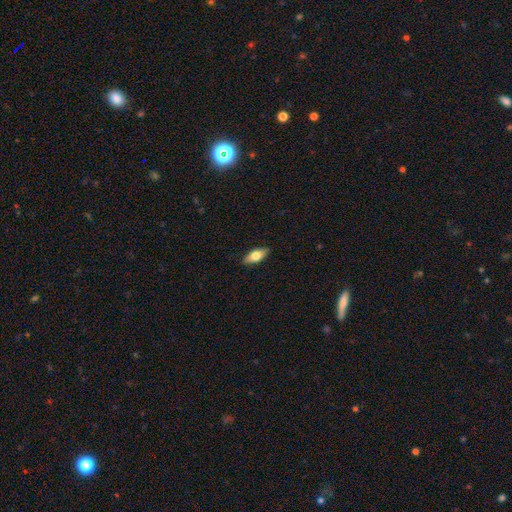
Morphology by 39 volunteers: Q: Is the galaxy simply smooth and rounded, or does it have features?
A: featured or disk — 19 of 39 (49%).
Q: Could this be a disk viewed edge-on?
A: yes — 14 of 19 (74%).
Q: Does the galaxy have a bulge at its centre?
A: rounded — 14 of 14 (100%).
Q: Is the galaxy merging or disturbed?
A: none — 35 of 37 (95%).